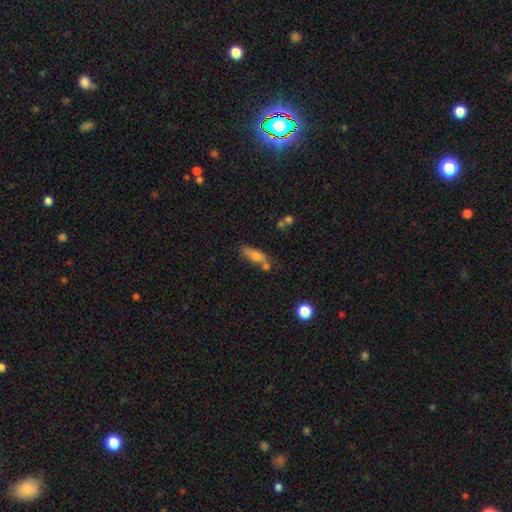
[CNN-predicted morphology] Overall: smooth (66%). How rounded: in between (56%; cigar-shaped 40%). Merging: none (53%; merger 21%).